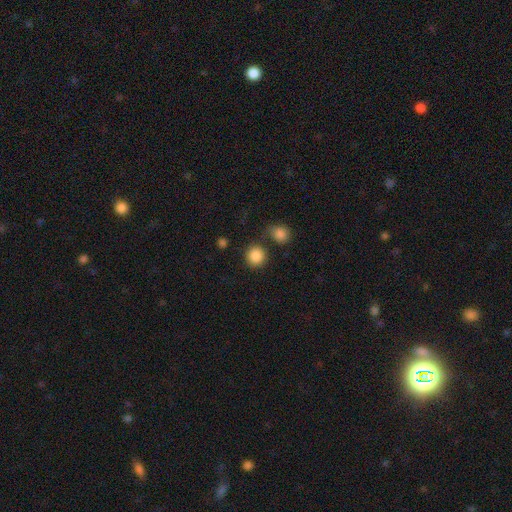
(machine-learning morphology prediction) Smooth or featured?
  - smooth: 87% *
  - star or artifact: 9%
  - featured or disk: 4%
How rounded?
  - round: 91% *
  - in between: 8%
  - cigar-shaped: 1%
Merging?
  - none: 77% *
  - merger: 10%
  - minor disturbance: 9%
  - major disturbance: 4%